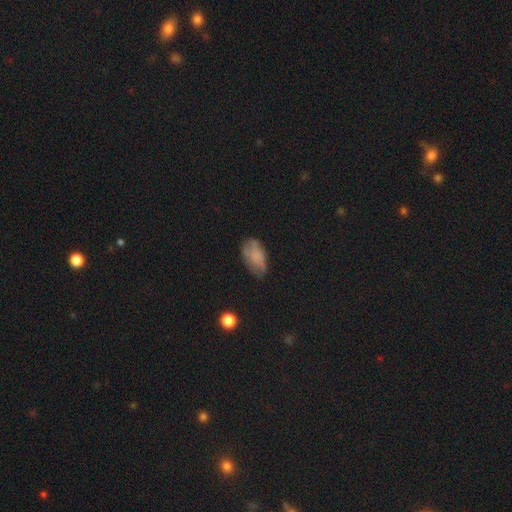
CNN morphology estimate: Overall: smooth (62%; featured or disk 28%). How rounded: in between (93%). Merging: none (56%; minor disturbance 30%).